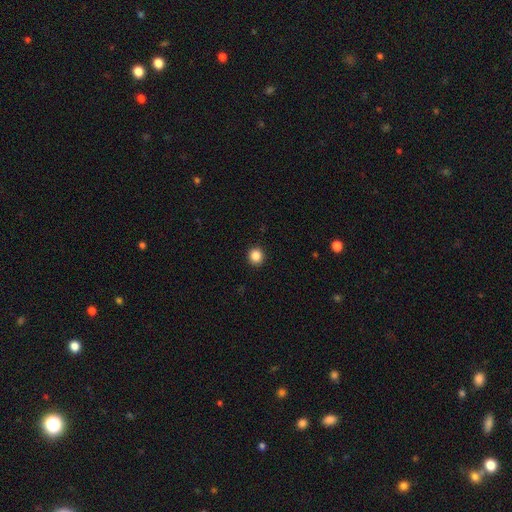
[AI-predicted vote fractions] Smooth or featured? Predicted: smooth (p=0.86). How rounded? Predicted: round (p=0.91). Merging? Predicted: none (p=0.93).